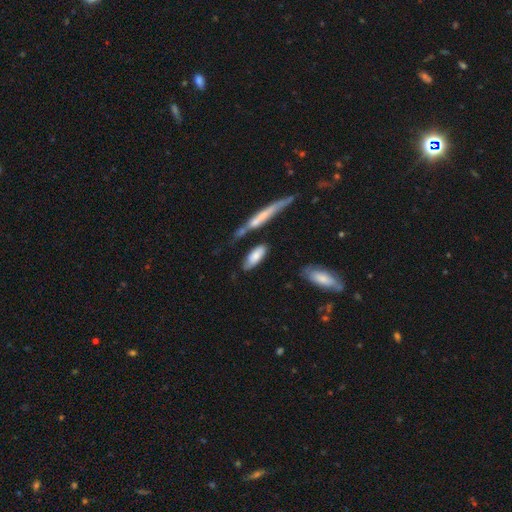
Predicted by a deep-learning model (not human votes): Smooth or featured? Predicted: smooth (p=0.74). How rounded? Predicted: in between (p=0.71). Merging? Predicted: none (p=0.61).